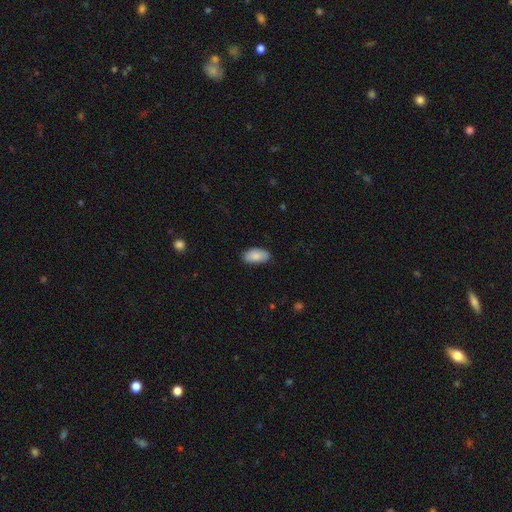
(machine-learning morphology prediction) Smooth or featured? smooth (87%)
How rounded? in between (95%)
Merging? none (82%)